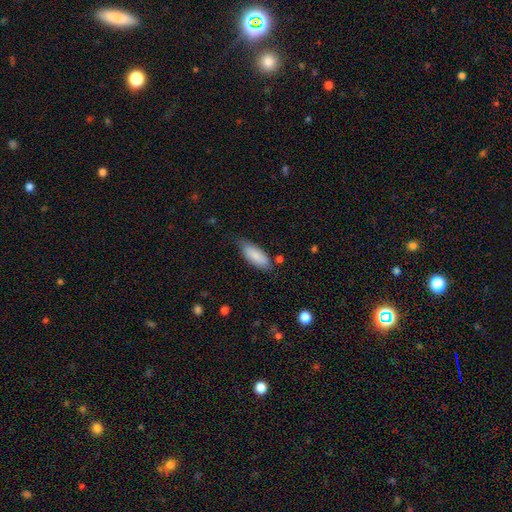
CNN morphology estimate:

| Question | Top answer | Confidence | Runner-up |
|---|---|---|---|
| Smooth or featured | smooth | 81% | featured or disk (13%) |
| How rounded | in between | 78% | cigar-shaped (20%) |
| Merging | none | 64% | minor disturbance (28%) |